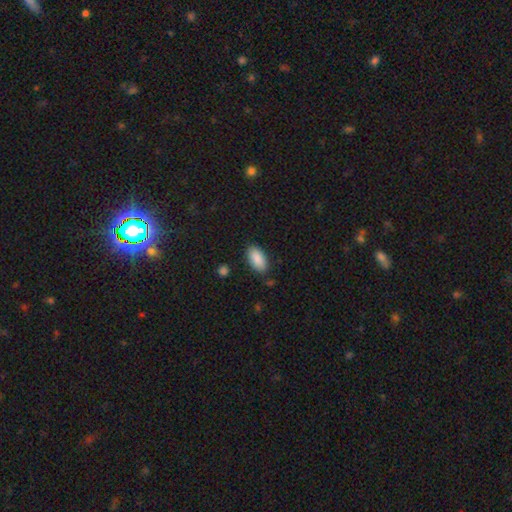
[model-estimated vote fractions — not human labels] Overall: smooth (89%). How rounded: in between (93%). Merging: none (84%).